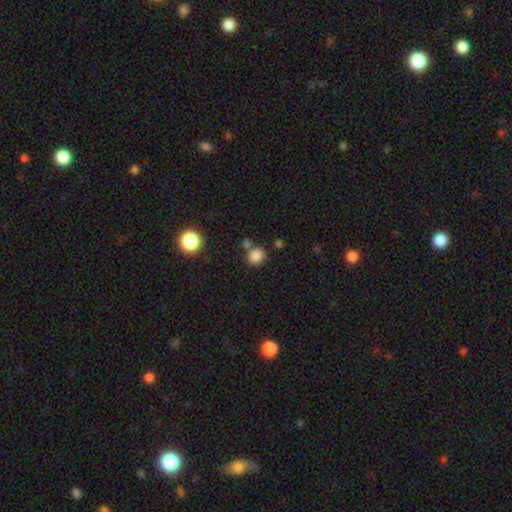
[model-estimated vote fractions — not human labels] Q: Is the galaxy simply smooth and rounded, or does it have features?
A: smooth — 83%.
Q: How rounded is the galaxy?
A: round — 66%.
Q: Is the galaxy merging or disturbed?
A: none — 64%.